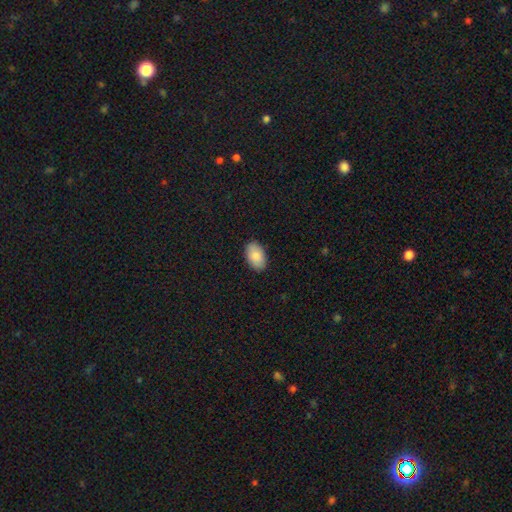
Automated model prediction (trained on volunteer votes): Smooth or featured: smooth — 88% (star or artifact — 6%)
How rounded: in between — 93% (round — 6%)
Merging: none — 89% (minor disturbance — 8%)